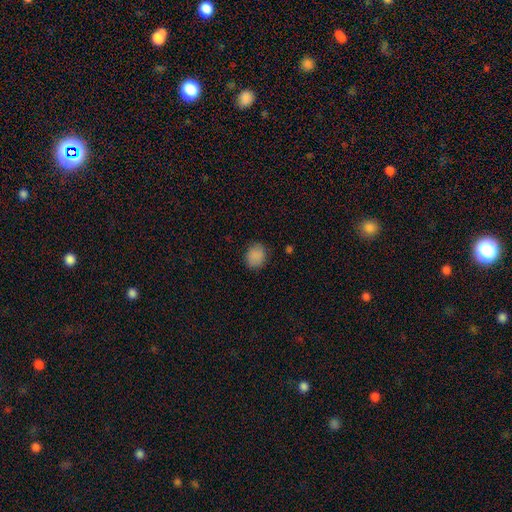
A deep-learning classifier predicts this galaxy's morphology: smooth-or-featured: smooth: 87% | star or artifact: 9% | featured or disk: 4%
  how-rounded: round: 63% | in between: 36% | cigar-shaped: 1%
  merging: none: 83% | minor disturbance: 13% | major disturbance: 3% | merger: 1%